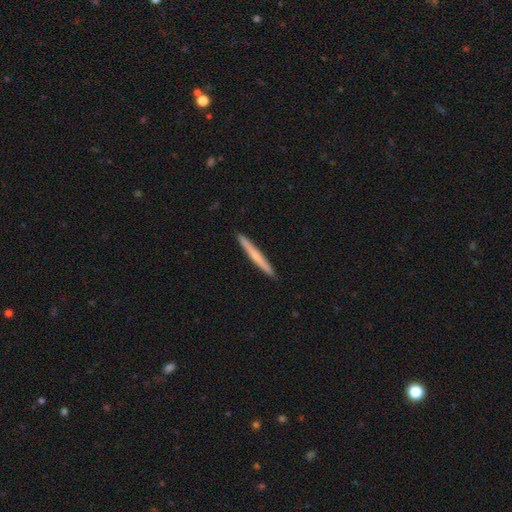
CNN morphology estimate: Smooth or featured: smooth — 53% (featured or disk — 41%)
How rounded: cigar-shaped — 97% (in between — 2%)
Merging: none — 93% (minor disturbance — 5%)